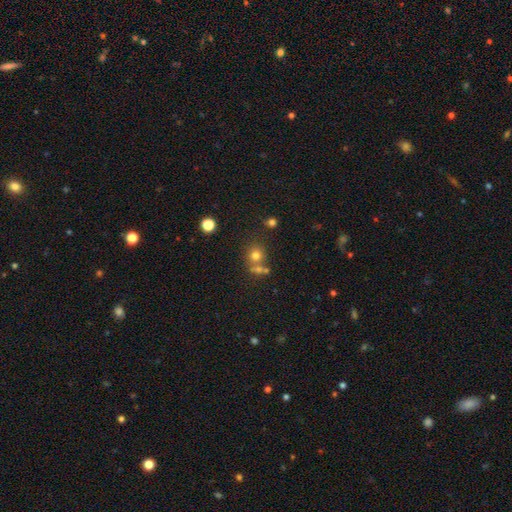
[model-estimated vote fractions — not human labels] This appears to be a smooth galaxy with no disk features (71%) that is round (84%). Merging: none (54%).